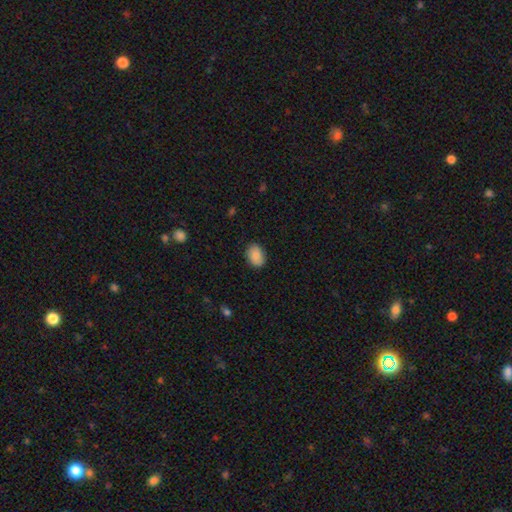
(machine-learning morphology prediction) This is clearly a smooth galaxy (86%). How rounded: likely in between (74%). Merging: clearly none (84%).